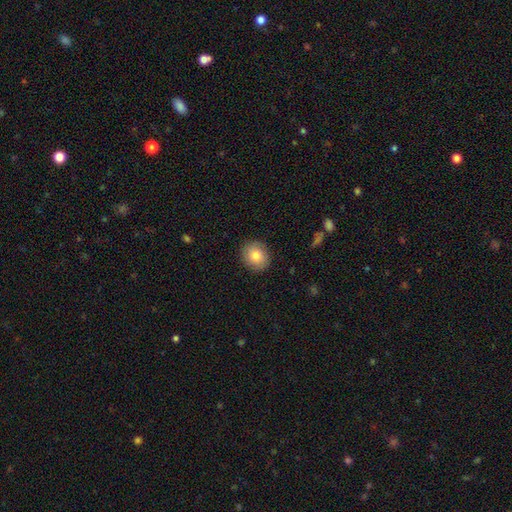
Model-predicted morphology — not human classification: type=smooth (78%); roundness=round (81%); merging=none (88%).